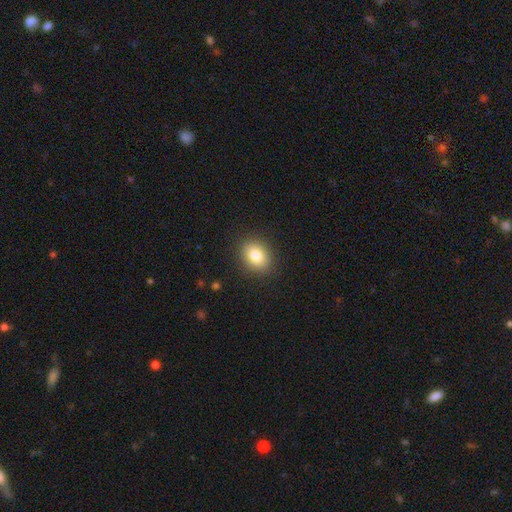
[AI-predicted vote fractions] Smooth or featured? Predicted: smooth (p=0.83). How rounded? Predicted: in between (p=0.53). Merging? Predicted: none (p=0.89).